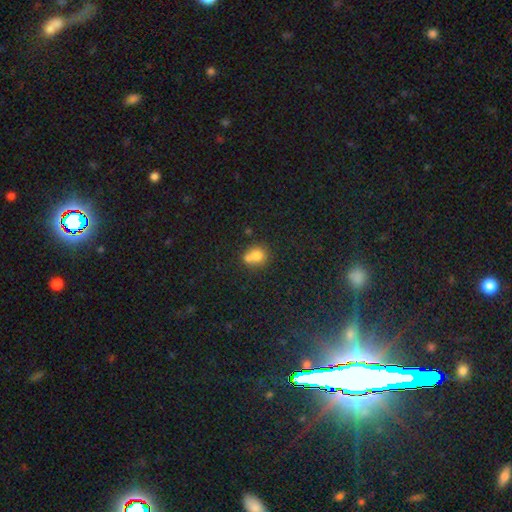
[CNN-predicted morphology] A smooth galaxy with no disk features (73%) that is round (73%).

Vote fractions:
- Smooth or featured? smooth: 73% / featured or disk: 15% / star or artifact: 12%
- How rounded? round: 73% / in between: 26% / cigar-shaped: 1%
- Merging? merger: 47% / none: 38% / minor disturbance: 11% / major disturbance: 4%